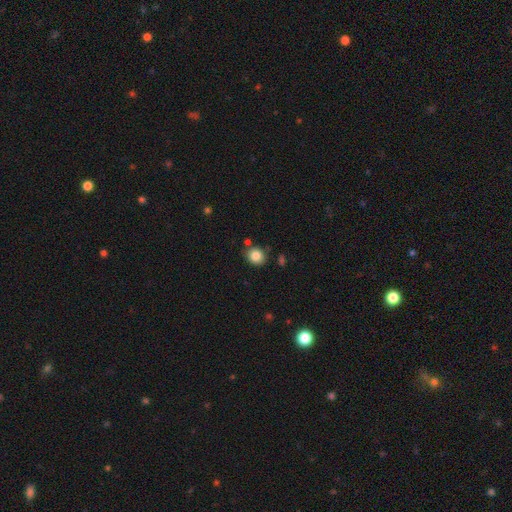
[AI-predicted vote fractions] Overall: smooth (84%). How rounded: round (76%). Merging: none (79%).